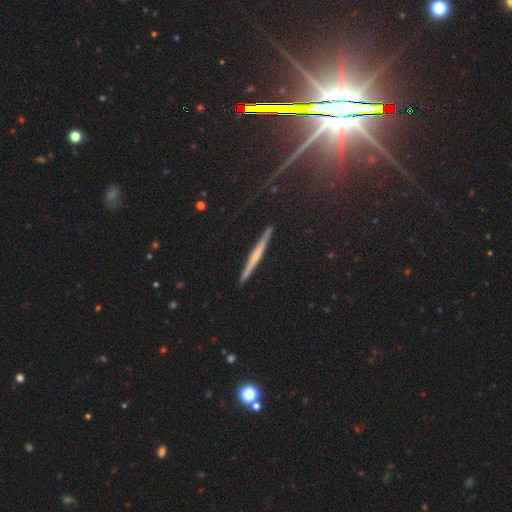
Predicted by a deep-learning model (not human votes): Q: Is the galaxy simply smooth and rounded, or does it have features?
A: featured or disk — 59%.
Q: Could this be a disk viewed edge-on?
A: yes — 97%.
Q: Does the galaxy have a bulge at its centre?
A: none — 54%.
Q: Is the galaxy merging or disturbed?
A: none — 90%.